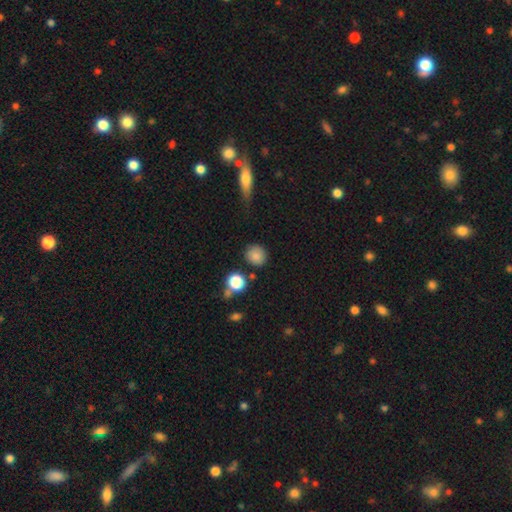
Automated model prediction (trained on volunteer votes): smooth 84%, star or artifact 11%, featured or disk 6%. Down the decision tree: how rounded — round (85%); merging — none (80%).